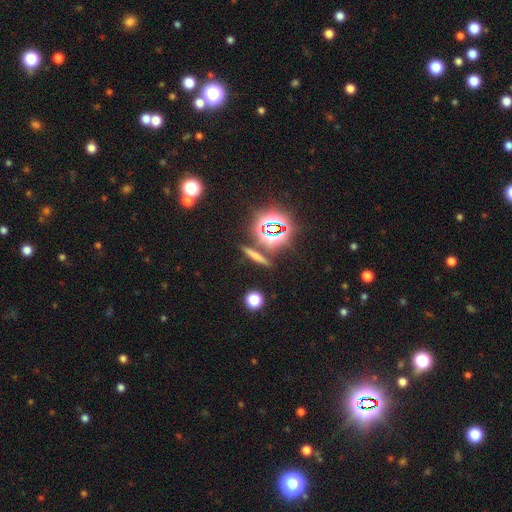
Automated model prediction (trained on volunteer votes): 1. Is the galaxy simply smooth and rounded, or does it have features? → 47% smooth, 29% star or artifact, 24% featured or disk.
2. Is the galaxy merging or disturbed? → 83% none, 7% minor disturbance, 6% merger, 3% major disturbance.